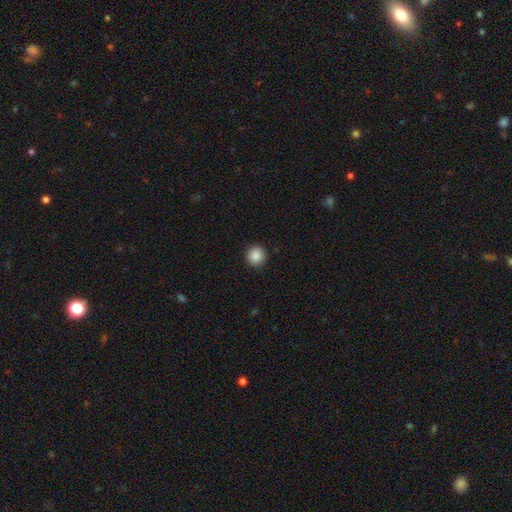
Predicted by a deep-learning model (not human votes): Smooth or featured: smooth — 88% (star or artifact — 9%)
How rounded: round — 93% (in between — 6%)
Merging: none — 92% (minor disturbance — 6%)